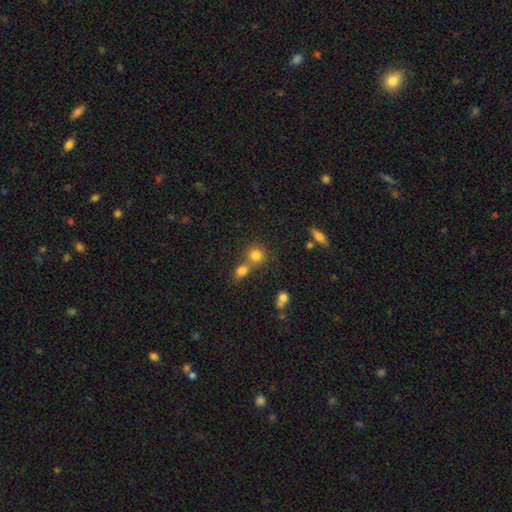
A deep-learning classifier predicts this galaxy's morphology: Q: Smooth or featured?
A: smooth (79%); runner-up: star or artifact (13%)
Q: How rounded?
A: round (82%); runner-up: in between (17%)
Q: Merging?
A: none (49%); runner-up: merger (40%)